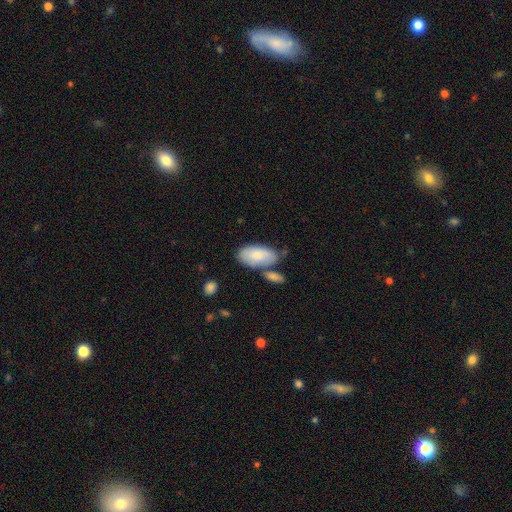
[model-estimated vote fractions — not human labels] smooth-or-featured: smooth: 80% | featured or disk: 15% | star or artifact: 5%
  how-rounded: in between: 94% | cigar-shaped: 4% | round: 2%
  merging: none: 55% | merger: 20% | minor disturbance: 19% | major disturbance: 5%